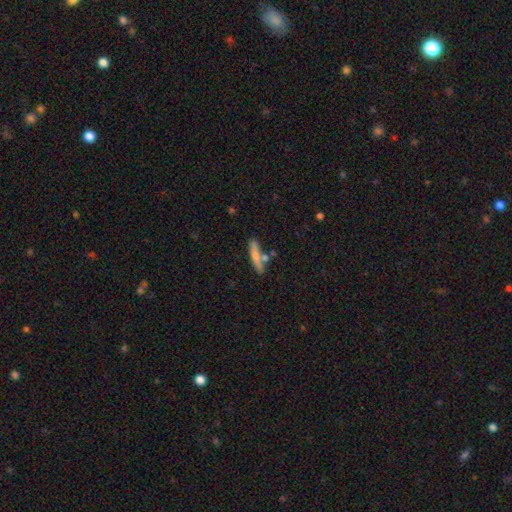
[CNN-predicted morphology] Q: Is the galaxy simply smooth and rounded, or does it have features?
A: smooth — 71%.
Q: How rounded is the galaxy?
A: cigar-shaped — 85%.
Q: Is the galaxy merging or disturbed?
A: none — 69%.